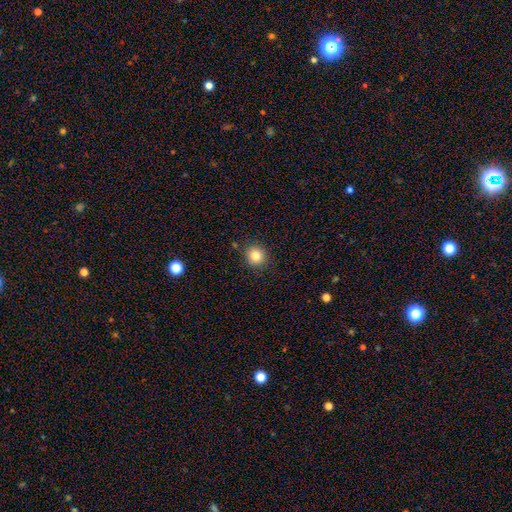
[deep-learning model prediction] A smooth galaxy with no disk features (83%) that is round (90%). Merging: none (88%).